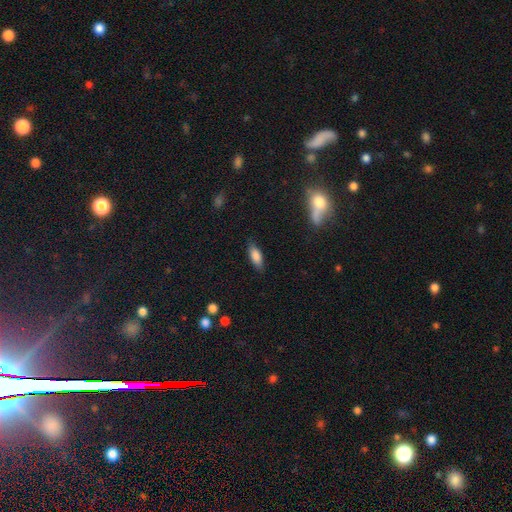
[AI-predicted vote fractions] A smooth galaxy with no disk features (83%) that is in between round and cigar-shaped (72%). Merging: none (82%).